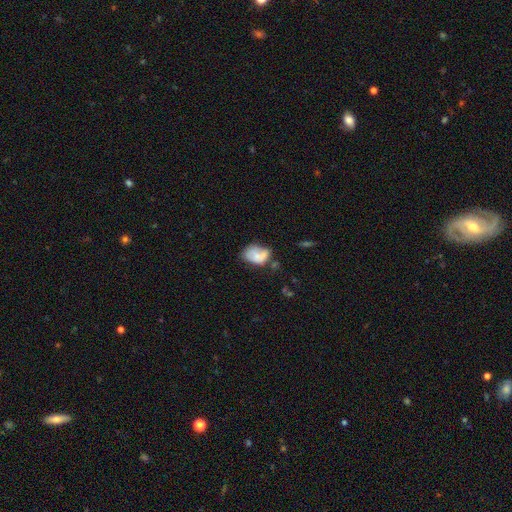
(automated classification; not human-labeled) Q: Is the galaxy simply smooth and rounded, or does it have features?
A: smooth — 63%.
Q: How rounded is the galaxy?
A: in between — 80%.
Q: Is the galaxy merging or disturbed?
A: none — 36%.